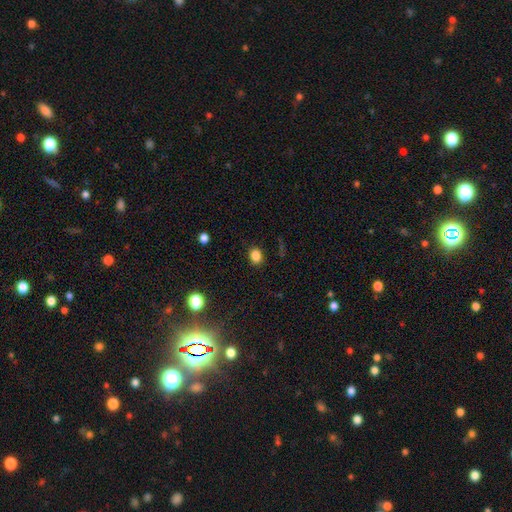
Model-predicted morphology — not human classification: Smooth or featured? Predicted: smooth (p=0.84). How rounded? Predicted: round (p=0.52). Merging? Predicted: none (p=0.87).